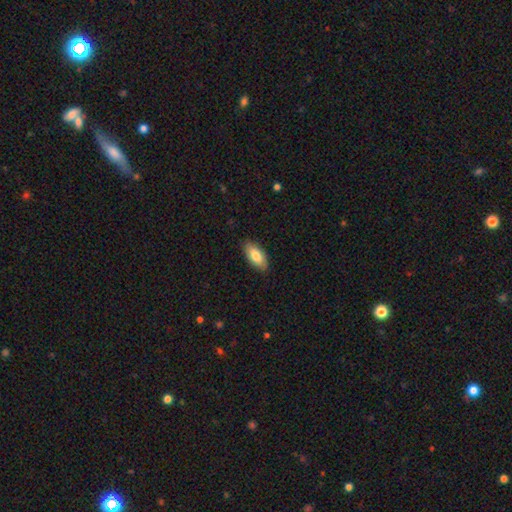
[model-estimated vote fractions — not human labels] Morphology: type=smooth (82%); roundness=in between (89%); merging=none (88%).